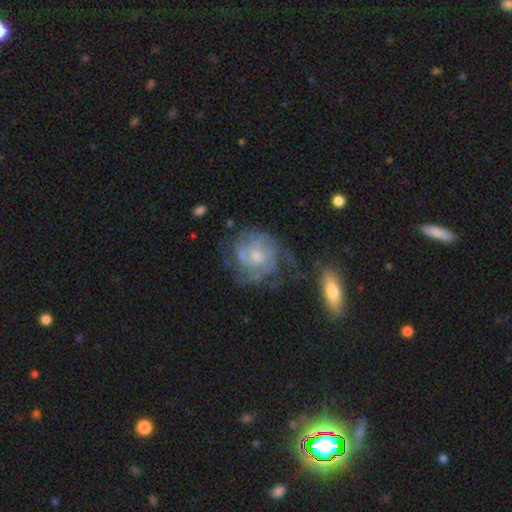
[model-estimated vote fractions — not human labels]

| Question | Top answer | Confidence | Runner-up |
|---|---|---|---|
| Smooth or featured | featured or disk | 70% | smooth (23%) |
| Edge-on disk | no | 97% | yes (3%) |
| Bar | no | 78% | weak (20%) |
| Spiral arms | yes | 73% | no (27%) |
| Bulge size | moderate | 48% | small (42%) |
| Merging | none | 55% | minor disturbance (22%) |